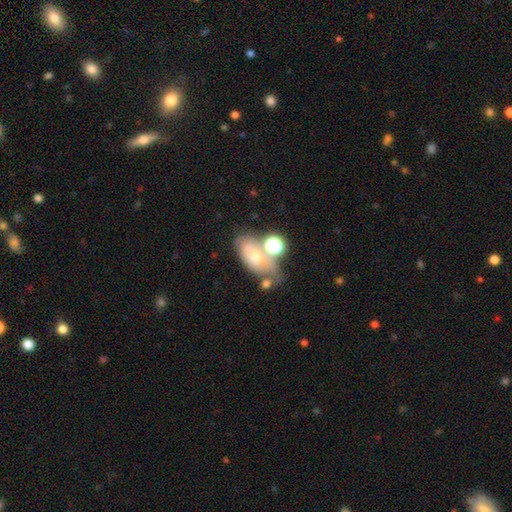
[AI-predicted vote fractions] Smooth or featured?
  - smooth: 52% *
  - featured or disk: 34%
  - star or artifact: 15%
How rounded?
  - in between: 81% *
  - round: 15%
  - cigar-shaped: 3%
Merging?
  - none: 38% *
  - merger: 28%
  - minor disturbance: 20%
  - major disturbance: 14%